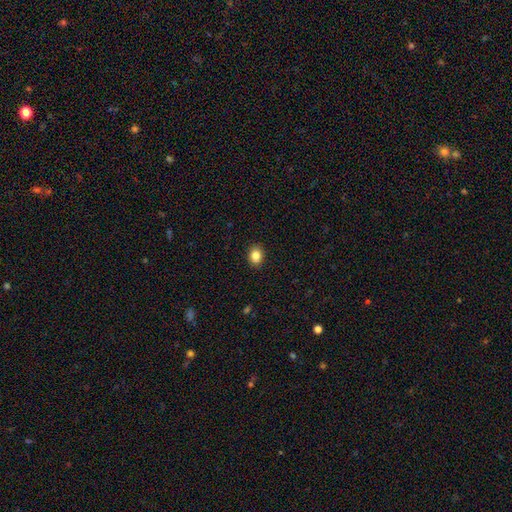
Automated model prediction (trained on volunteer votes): Q: Smooth or featured?
A: smooth (85%); runner-up: star or artifact (10%)
Q: How rounded?
A: round (50%); runner-up: in between (49%)
Q: Merging?
A: none (91%); runner-up: minor disturbance (6%)